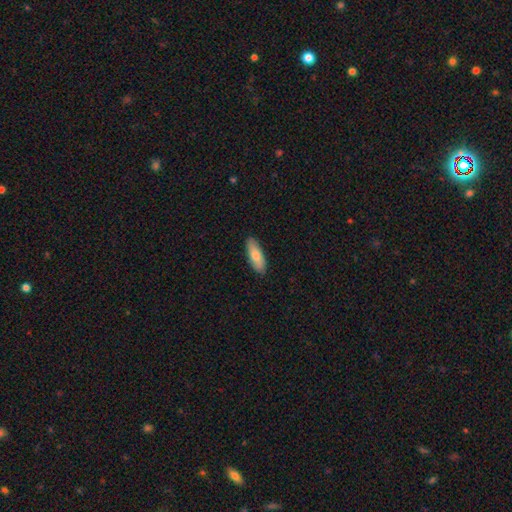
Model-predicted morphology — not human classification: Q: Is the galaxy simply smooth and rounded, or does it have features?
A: smooth — 75%.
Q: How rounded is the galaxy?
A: in between — 64%.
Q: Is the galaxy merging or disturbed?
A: none — 88%.